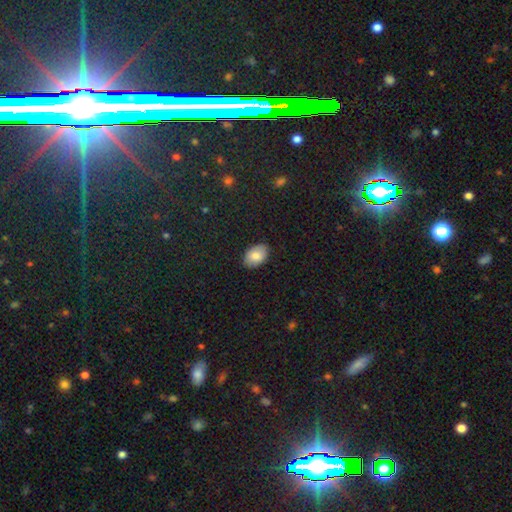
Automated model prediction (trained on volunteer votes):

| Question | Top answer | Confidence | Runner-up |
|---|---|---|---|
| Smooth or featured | smooth | 83% | featured or disk (10%) |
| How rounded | in between | 90% | round (9%) |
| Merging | none | 85% | minor disturbance (12%) |